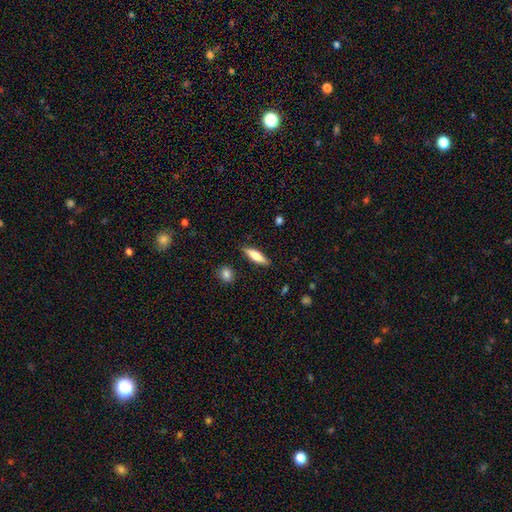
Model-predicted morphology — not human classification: Smooth or featured? Predicted: smooth (p=0.69). How rounded? Predicted: cigar-shaped (p=0.65). Merging? Predicted: none (p=0.87).